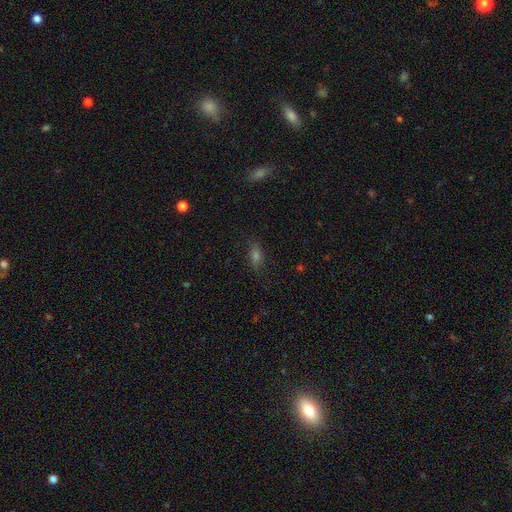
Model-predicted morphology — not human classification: Smooth or featured: smooth — 59% (star or artifact — 22%)
How rounded: in between — 69% (cigar-shaped — 21%)
Merging: none — 83% (minor disturbance — 12%)